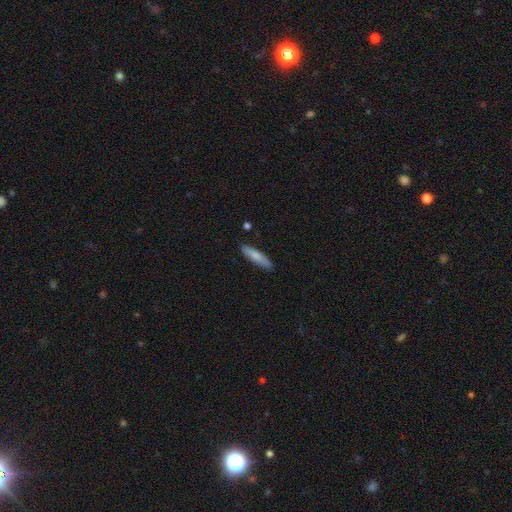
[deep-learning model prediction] Morphology: type=smooth (77%); roundness=cigar-shaped (81%); merging=none (85%).